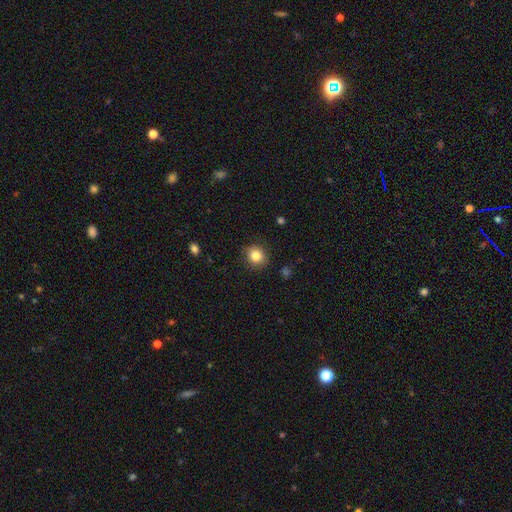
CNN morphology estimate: This is clearly a smooth galaxy (82%). How rounded: clearly round (81%). Merging: clearly none (87%).